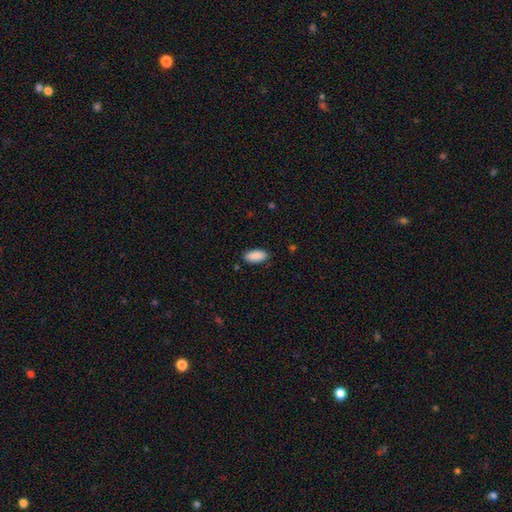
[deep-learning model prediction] Overall: smooth (91%). How rounded: in between (91%). Merging: none (87%).